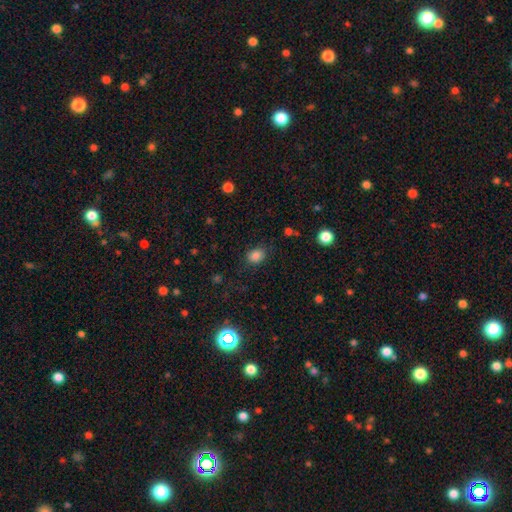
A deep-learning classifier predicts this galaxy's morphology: smooth_or_featured: smooth (p=0.83) [alt: star or artifact p=0.12]
how_rounded: in between (p=0.51) [alt: round p=0.48]
merging: none (p=0.81) [alt: minor disturbance p=0.13]